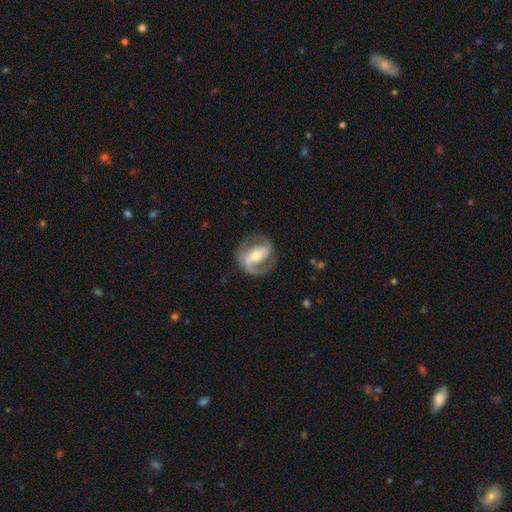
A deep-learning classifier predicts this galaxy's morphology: Smooth or featured: featured or disk — 83% (smooth — 12%)
Edge-on disk: no — 96% (yes — 4%)
Bar: strong — 48% (weak — 31%)
Spiral arms: yes — 90% (no — 10%)
Spiral winding: medium — 49% (tight — 29%)
Spiral arm count: 2 — 81% (1 — 11%)
Bulge size: moderate — 62% (small — 31%)
Merging: none — 75% (minor disturbance — 14%)